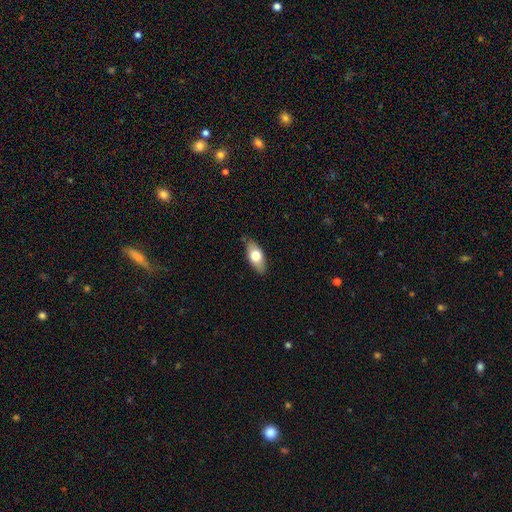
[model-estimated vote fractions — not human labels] Q: Smooth or featured?
A: smooth (67%); runner-up: featured or disk (26%)
Q: How rounded?
A: in between (86%); runner-up: cigar-shaped (10%)
Q: Merging?
A: none (83%); runner-up: minor disturbance (14%)